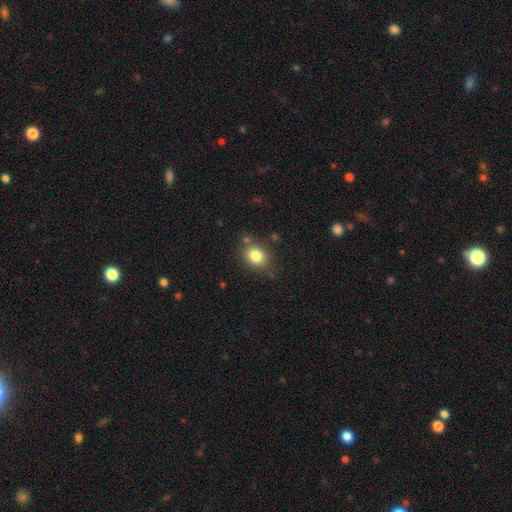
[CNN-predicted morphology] Smooth or featured? Predicted: smooth (p=0.82). How rounded? Predicted: round (p=0.50). Merging? Predicted: none (p=0.78).